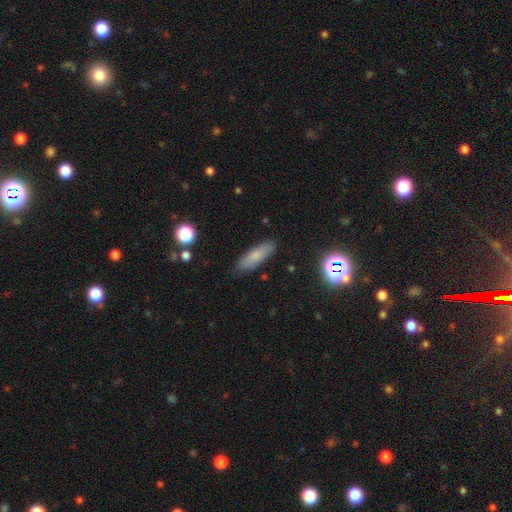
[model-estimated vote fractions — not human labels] Overall: smooth (76%). How rounded: cigar-shaped (55%; in between 42%). Merging: none (86%).